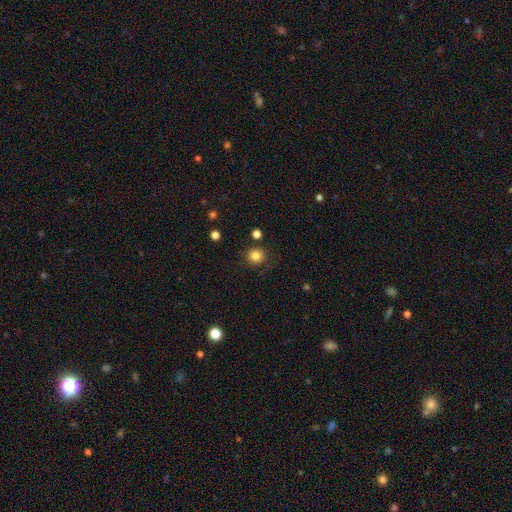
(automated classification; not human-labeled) This is clearly a smooth galaxy (83%). How rounded: clearly round (92%). Merging: clearly none (84%).